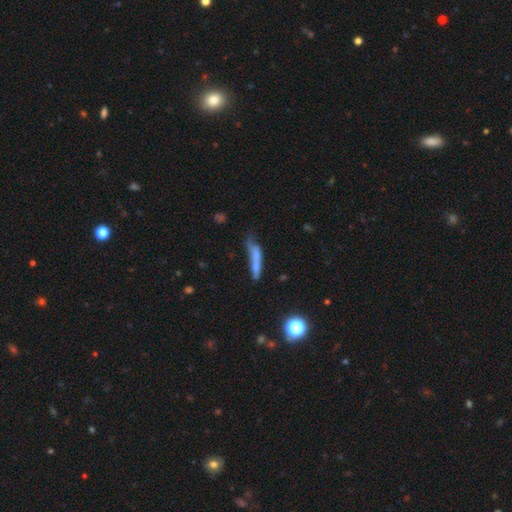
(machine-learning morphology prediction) smooth-or-featured: smooth: 50% | featured or disk: 36% | star or artifact: 14%
  merging: none: 35% | minor disturbance: 23% | major disturbance: 22% | merger: 20%